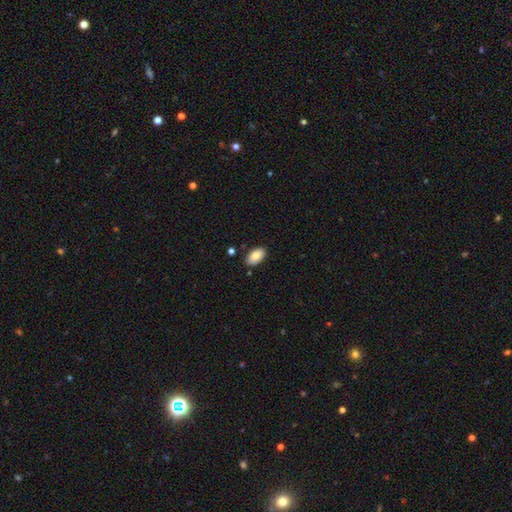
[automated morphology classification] type=smooth (85%); roundness=in between (94%); merging=none (84%).